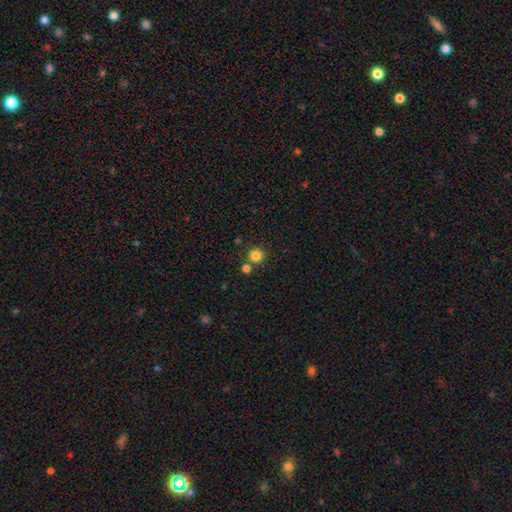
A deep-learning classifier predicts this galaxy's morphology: The model was most divided on "merging": none: 74%, merger: 16%, minor disturbance: 7%, major disturbance: 3%. More confident: how rounded — round (93%); smooth or featured — smooth (83%).